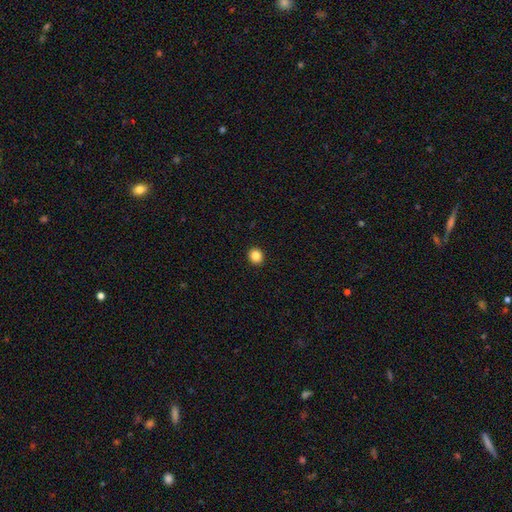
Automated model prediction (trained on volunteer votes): Smooth or featured? smooth (85%)
How rounded? round (81%)
Merging? none (93%)